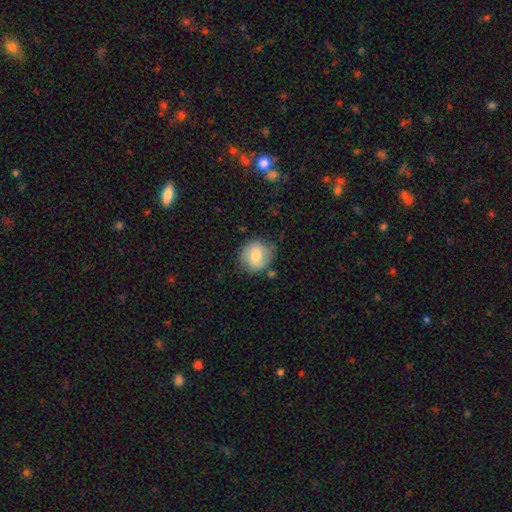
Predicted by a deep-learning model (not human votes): This is likely a smooth galaxy (71%). How rounded: clearly round (86%). Merging: likely none (74%).